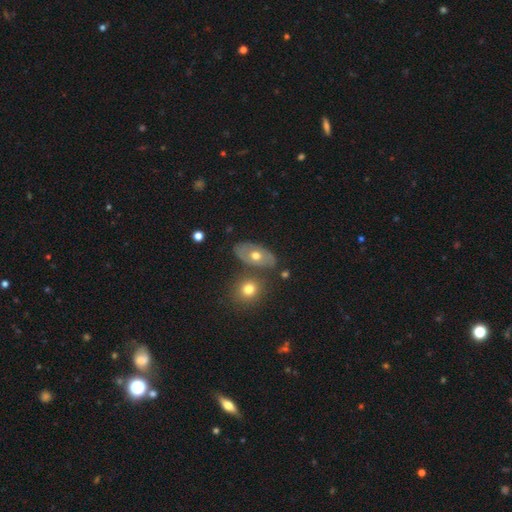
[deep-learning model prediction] Overall: featured or disk (49%; smooth 43%). Merging: none (74%).